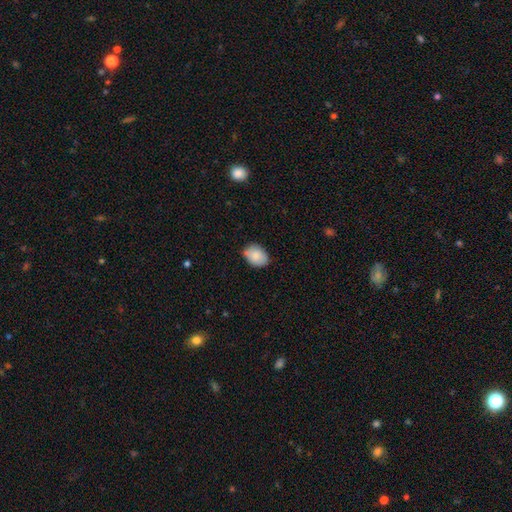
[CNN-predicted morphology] The model was most divided on "how rounded": in between: 76%, round: 23%, cigar-shaped: 1%. More confident: smooth or featured — smooth (86%); merging — none (77%).